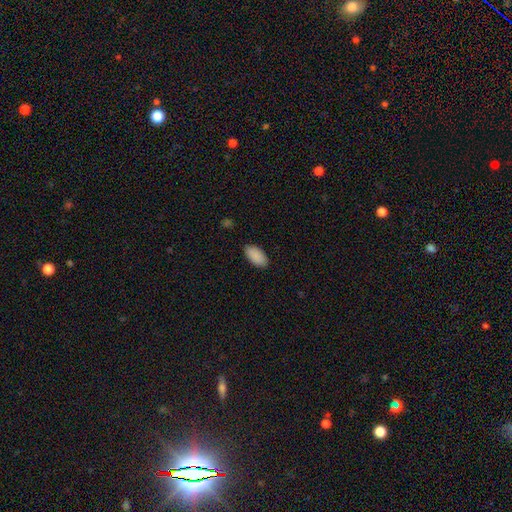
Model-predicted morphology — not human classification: Smooth or featured: smooth — 91% (star or artifact — 6%)
How rounded: in between — 95% (cigar-shaped — 3%)
Merging: none — 88% (minor disturbance — 9%)